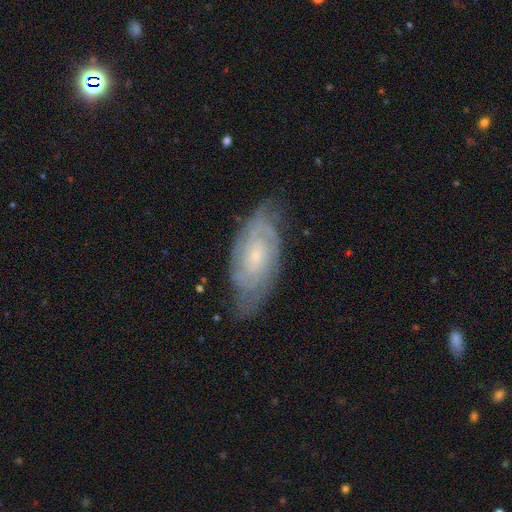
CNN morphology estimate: A featured or disk galaxy (82%) with no bar (66%), tight (74%) spiral arms (96%) and a small central bulge (80%).

Vote fractions:
- Smooth or featured? featured or disk: 82% / smooth: 12% / star or artifact: 6%
- Edge-on disk? no: 94% / yes: 6%
- Bar? no: 66% / weak: 28% / strong: 6%
- Spiral arms? yes: 96% / no: 4%
- Spiral winding? tight: 74% / medium: 22% / loose: 4%
- Spiral arm count? can't tell: 38% / 2: 26% / 3: 14% / 4: 11% / more than 4: 5% / 1: 5%
- Bulge size? small: 80% / moderate: 15% / none: 3% / large: 1% / dominant: 1%
- Merging? none: 74% / minor disturbance: 19% / major disturbance: 5% / merger: 1%